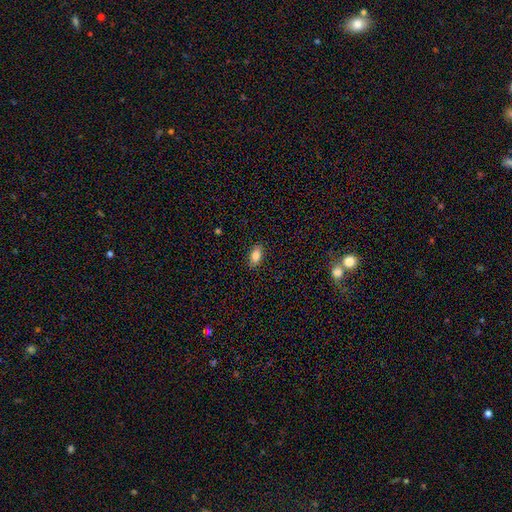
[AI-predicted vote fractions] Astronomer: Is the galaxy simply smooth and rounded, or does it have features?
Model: smooth — 85%.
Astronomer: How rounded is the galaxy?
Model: in between — 90%.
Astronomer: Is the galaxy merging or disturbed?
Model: none — 88%.